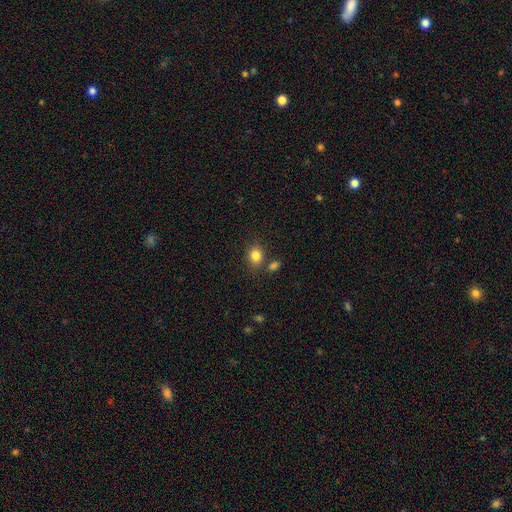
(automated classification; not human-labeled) A smooth galaxy with no disk features (84%) that is in between round and cigar-shaped (55%). Merging: none (71%).